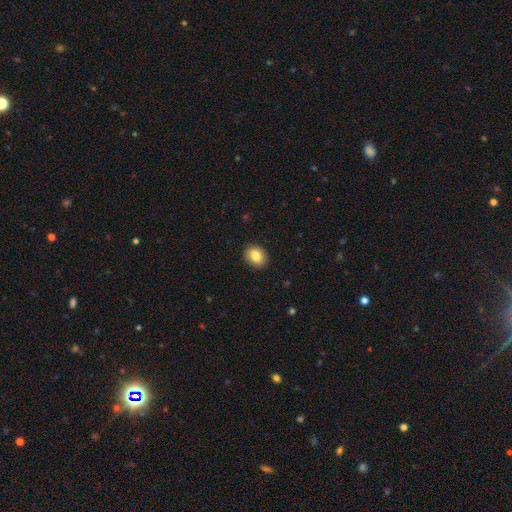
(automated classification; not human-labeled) Smooth or featured? Predicted: smooth (p=0.85). How rounded? Predicted: in between (p=0.57). Merging? Predicted: none (p=0.89).